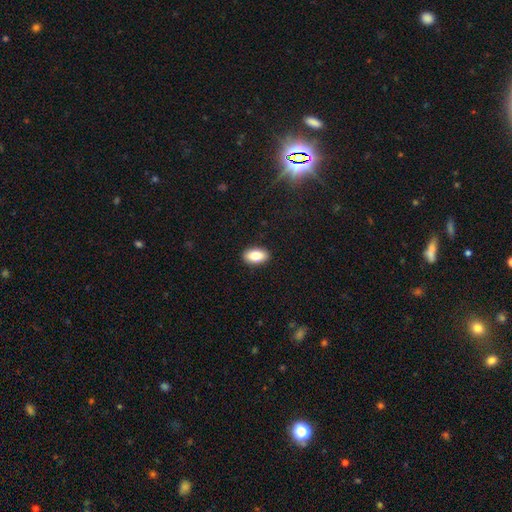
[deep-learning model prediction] smooth 83%, featured or disk 10%, star or artifact 7%. Down the decision tree: how rounded — in between (92%); merging — none (90%).